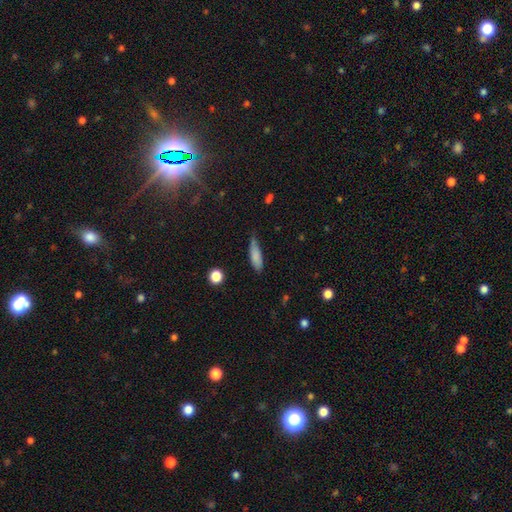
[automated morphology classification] This appears to be a smooth galaxy with no disk features (81%) that is cigar-shaped (54%). Merging: none (57%).